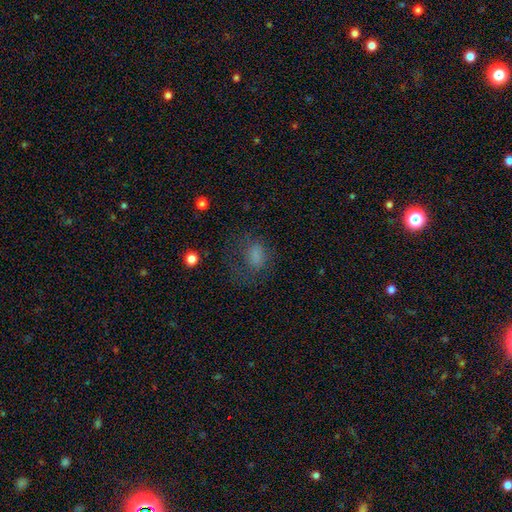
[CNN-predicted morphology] Overall: smooth (67%). How rounded: in between (61%; round 37%). Merging: none (42%; major disturbance 35%).